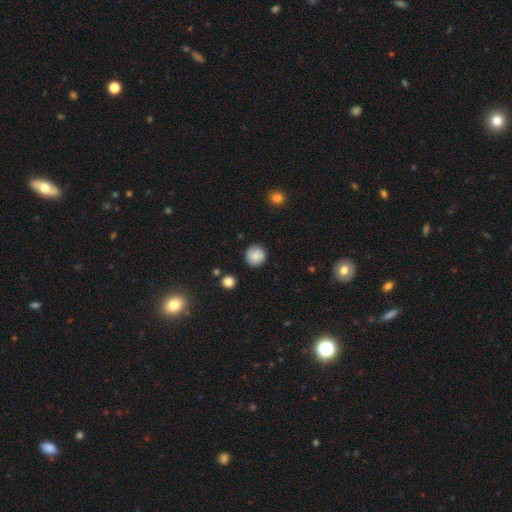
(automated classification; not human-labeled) This is clearly a smooth galaxy (81%). How rounded: clearly round (93%). Merging: clearly none (86%).